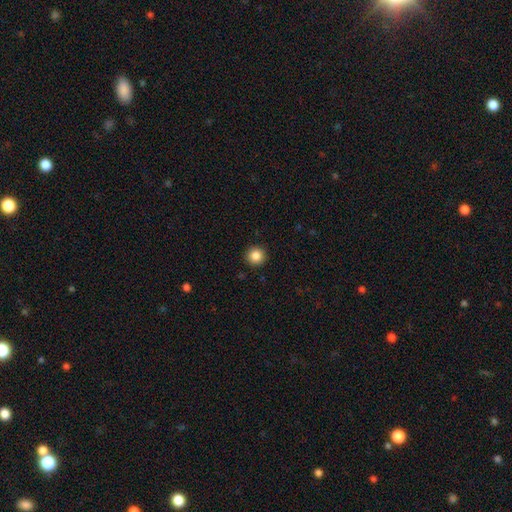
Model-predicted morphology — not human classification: type=smooth (85%); roundness=round (95%); merging=none (92%).